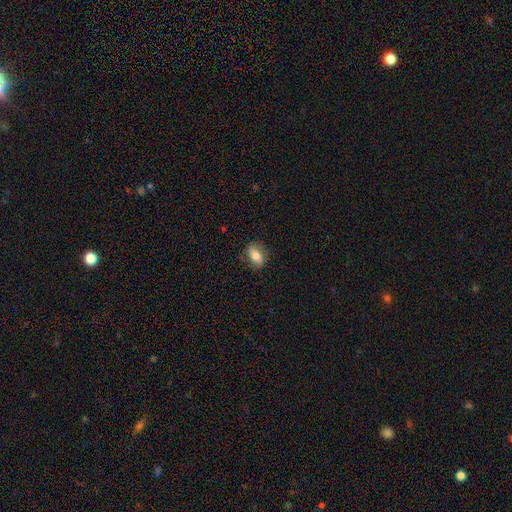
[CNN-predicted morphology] This appears to be a smooth galaxy with no disk features (72%) that is in between round and cigar-shaped (82%). Merging: none (78%).